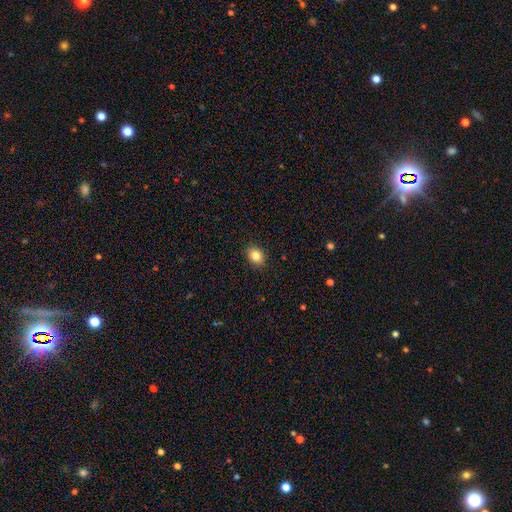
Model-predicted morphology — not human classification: Smooth or featured: smooth — 84% (star or artifact — 10%)
How rounded: in between — 58% (round — 42%)
Merging: none — 90% (minor disturbance — 7%)